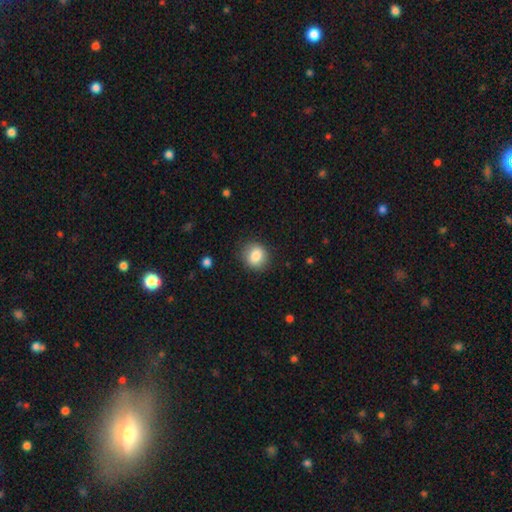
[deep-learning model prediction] Smooth or featured: smooth — 85% (star or artifact — 9%)
How rounded: round — 78% (in between — 21%)
Merging: none — 85% (minor disturbance — 10%)